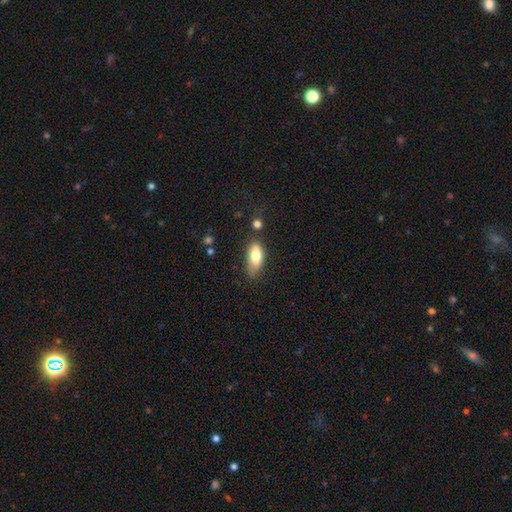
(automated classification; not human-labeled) smooth 73%, featured or disk 20%, star or artifact 7%. Down the decision tree: how rounded — in between (84%); merging — none (59%).